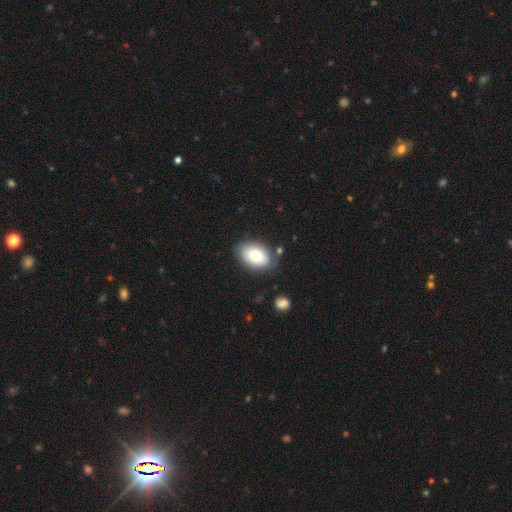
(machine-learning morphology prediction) Q: Smooth or featured?
A: smooth (80%); runner-up: featured or disk (13%)
Q: How rounded?
A: in between (90%); runner-up: round (9%)
Q: Merging?
A: none (75%); runner-up: minor disturbance (17%)